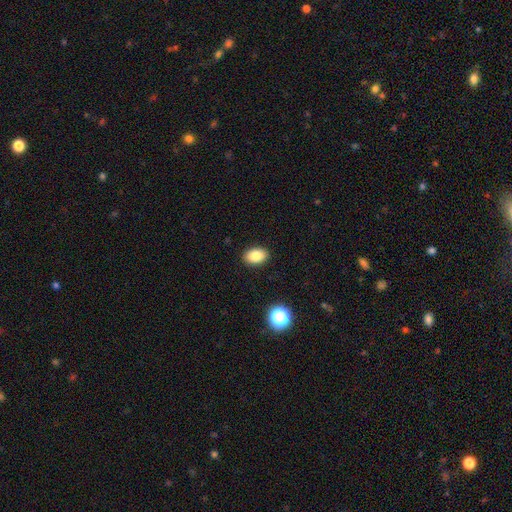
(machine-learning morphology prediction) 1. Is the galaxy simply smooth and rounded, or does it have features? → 84% smooth, 10% star or artifact, 6% featured or disk.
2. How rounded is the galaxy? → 86% in between, 13% round, 1% cigar-shaped.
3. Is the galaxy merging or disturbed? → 90% none, 7% minor disturbance, 2% major disturbance, 1% merger.